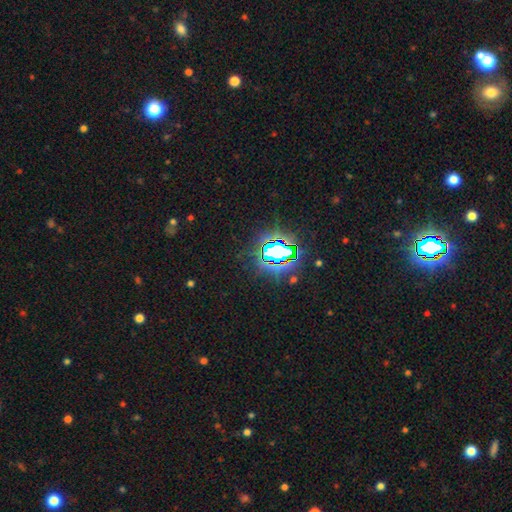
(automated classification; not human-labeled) The model was most divided on "smooth or featured": star or artifact: 83%, smooth: 10%, featured or disk: 7%.